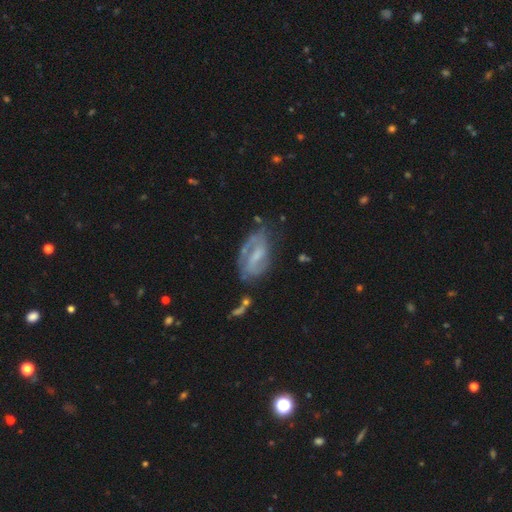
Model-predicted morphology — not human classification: A featured or disk galaxy (73%) with a weak bar (50%), 2 (62%) medium (44%) spiral arms (86%) and a small central bulge (39%).

Vote fractions:
- Smooth or featured? featured or disk: 73% / smooth: 19% / star or artifact: 8%
- Edge-on disk? no: 95% / yes: 5%
- Bar? weak: 50% / strong: 26% / no: 24%
- Spiral arms? yes: 86% / no: 14%
- Spiral winding? medium: 44% / tight: 36% / loose: 20%
- Spiral arm count? 2: 62% / can't tell: 19% / 1: 12% / 3: 4% / 4: 1% / more than 4: 1%
- Bulge size? small: 39% / moderate: 29% / none: 27% / large: 4% / dominant: 1%
- Merging? none: 57% / minor disturbance: 24% / major disturbance: 14% / merger: 6%